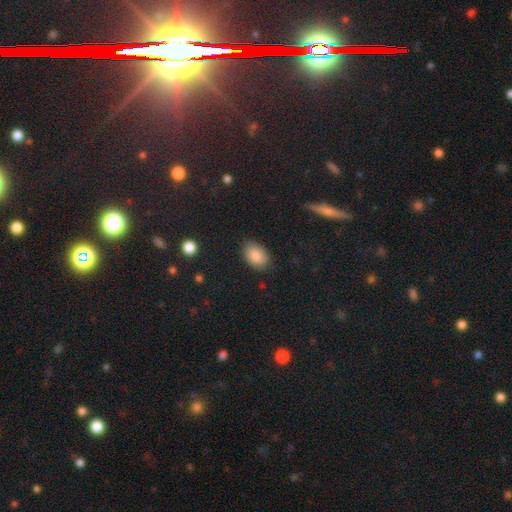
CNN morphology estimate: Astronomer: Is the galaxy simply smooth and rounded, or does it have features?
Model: smooth — 86%.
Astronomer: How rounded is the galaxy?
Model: in between — 88%.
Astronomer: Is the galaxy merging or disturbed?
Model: none — 78%.